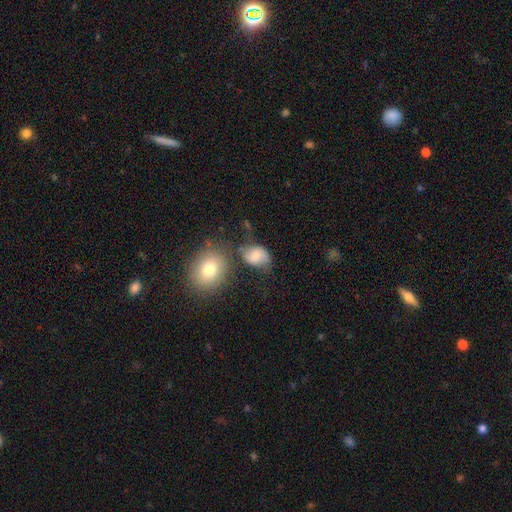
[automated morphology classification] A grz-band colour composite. It shows a smooth galaxy with no disk features (61%) that is in between round and cigar-shaped (69%). Merging: none (55%).